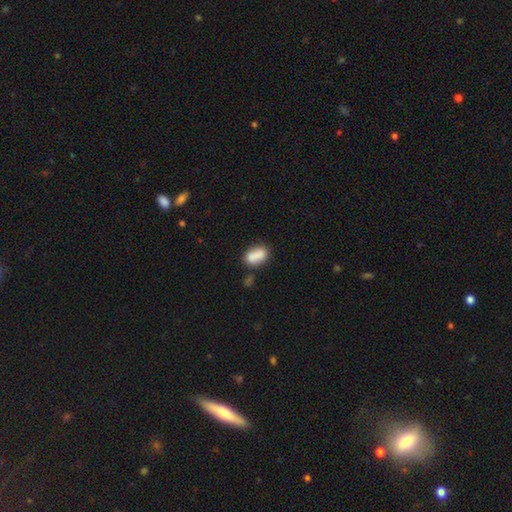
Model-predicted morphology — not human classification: A smooth galaxy with no disk features (80%) that is in between round and cigar-shaped (84%). Merging: none (55%).